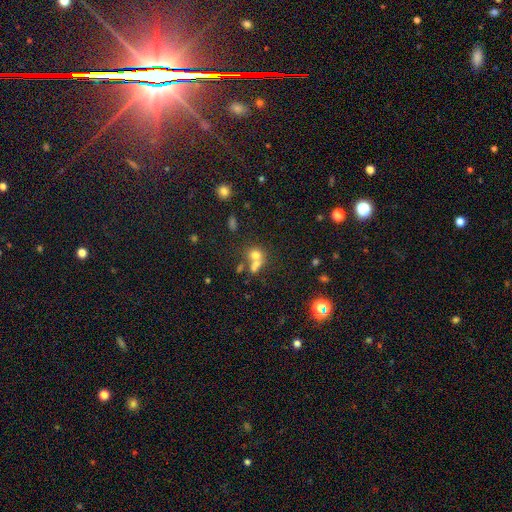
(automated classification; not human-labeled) smooth_or_featured: smooth (p=0.67) [alt: star or artifact p=0.17]
how_rounded: round (p=0.69) [alt: in between p=0.30]
merging: merger (p=0.53) [alt: none p=0.34]